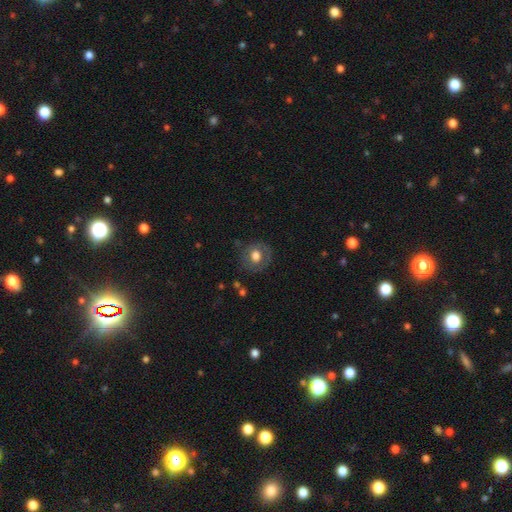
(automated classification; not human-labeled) smooth_or_featured: smooth (p=0.62) [alt: featured or disk p=0.29]
how_rounded: round (p=0.83) [alt: in between p=0.16]
merging: none (p=0.77) [alt: minor disturbance p=0.15]